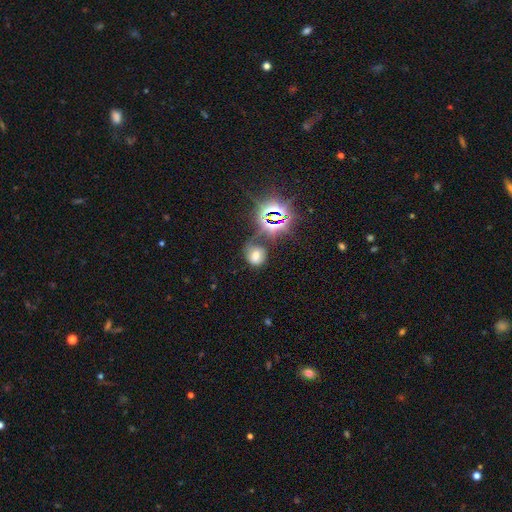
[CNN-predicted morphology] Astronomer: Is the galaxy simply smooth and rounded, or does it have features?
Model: smooth — 51% (runner-up: star or artifact, 29%).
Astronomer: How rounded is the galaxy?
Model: round — 59% (runner-up: in between, 40%).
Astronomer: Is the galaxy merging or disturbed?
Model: none — 53%.